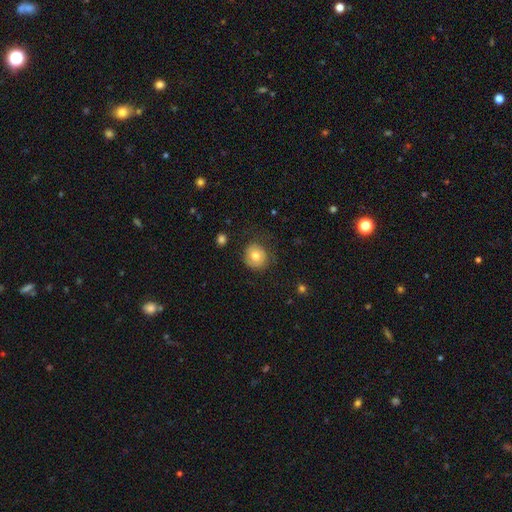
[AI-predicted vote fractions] The model was most divided on "smooth or featured": smooth: 73%, featured or disk: 19%, star or artifact: 8%. More confident: how rounded — round (85%); merging — none (72%).